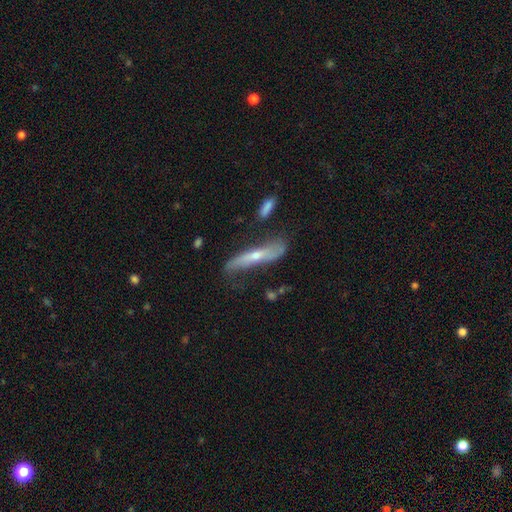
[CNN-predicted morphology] featured or disk 62%, smooth 31%, star or artifact 7%. Down the decision tree: edge-on disk — yes (62%); merging — none (58%).